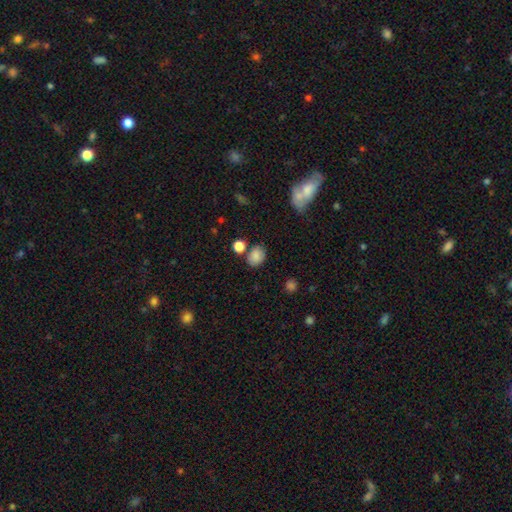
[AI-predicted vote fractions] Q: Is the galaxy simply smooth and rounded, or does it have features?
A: smooth — 80%.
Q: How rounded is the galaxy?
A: in between — 57%.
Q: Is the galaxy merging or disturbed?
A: none — 68%.